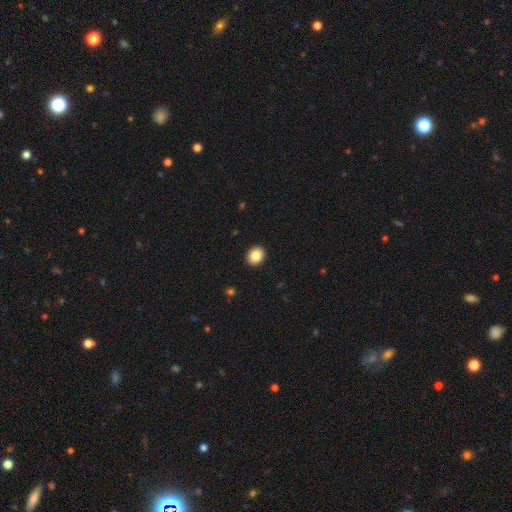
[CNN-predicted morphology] A smooth galaxy with no disk features (86%) that is round (64%).

Vote fractions:
- Smooth or featured? smooth: 86% / star or artifact: 9% / featured or disk: 5%
- How rounded? round: 64% / in between: 35% / cigar-shaped: 1%
- Merging? none: 93% / minor disturbance: 5% / major disturbance: 1% / merger: 1%